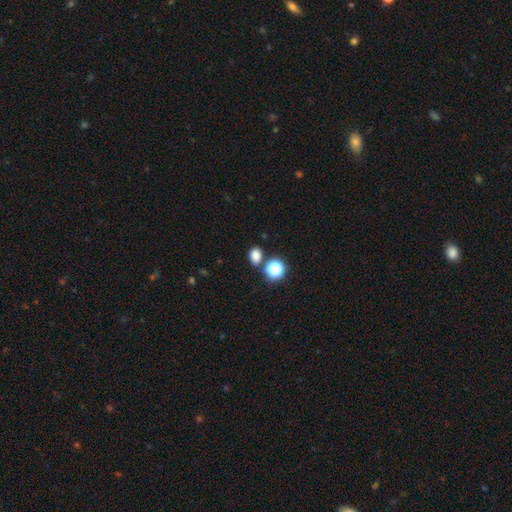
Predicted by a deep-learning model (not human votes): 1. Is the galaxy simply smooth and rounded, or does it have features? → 78% smooth, 17% star or artifact, 5% featured or disk.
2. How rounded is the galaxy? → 56% in between, 43% round, 1% cigar-shaped.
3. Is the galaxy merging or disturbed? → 75% none, 11% merger, 10% minor disturbance, 3% major disturbance.